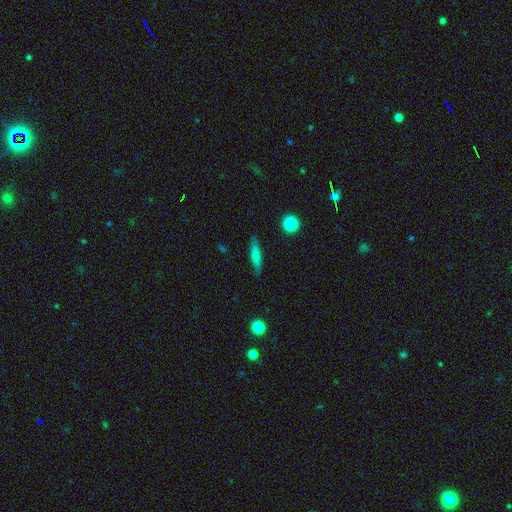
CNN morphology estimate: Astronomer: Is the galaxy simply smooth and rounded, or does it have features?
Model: smooth — 69%.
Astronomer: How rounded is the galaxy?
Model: cigar-shaped — 78%.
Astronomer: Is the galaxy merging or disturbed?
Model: none — 85%.